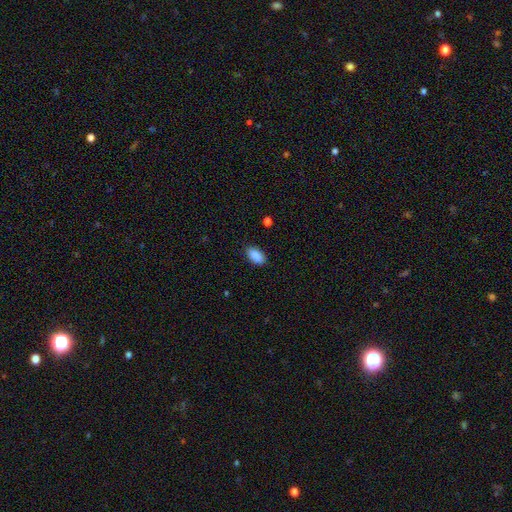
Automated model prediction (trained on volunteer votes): Smooth or featured? smooth (90%)
How rounded? in between (93%)
Merging? none (86%)